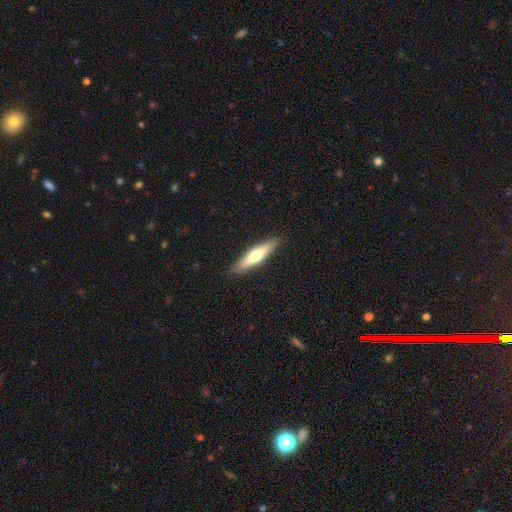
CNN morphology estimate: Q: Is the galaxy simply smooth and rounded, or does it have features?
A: smooth — 50%.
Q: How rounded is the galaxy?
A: cigar-shaped — 83%.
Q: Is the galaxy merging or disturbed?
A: none — 90%.